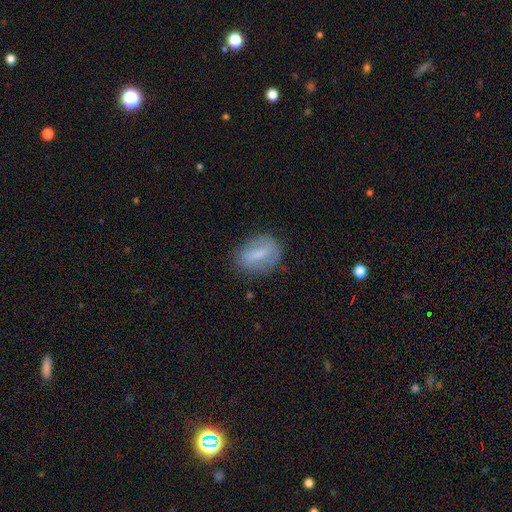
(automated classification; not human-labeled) Q: Smooth or featured?
A: smooth (58%); runner-up: featured or disk (33%)
Q: How rounded?
A: in between (73%); runner-up: round (20%)
Q: Merging?
A: none (72%); runner-up: minor disturbance (19%)